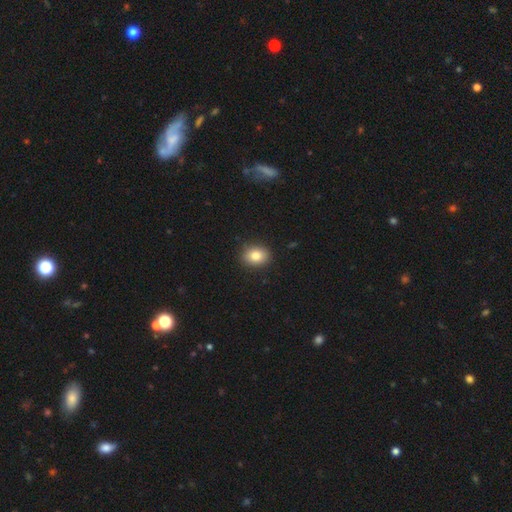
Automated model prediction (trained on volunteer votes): smooth_or_featured: smooth (p=0.83) [alt: star or artifact p=0.09]
how_rounded: in between (p=0.55) [alt: round p=0.44]
merging: none (p=0.89) [alt: minor disturbance p=0.08]